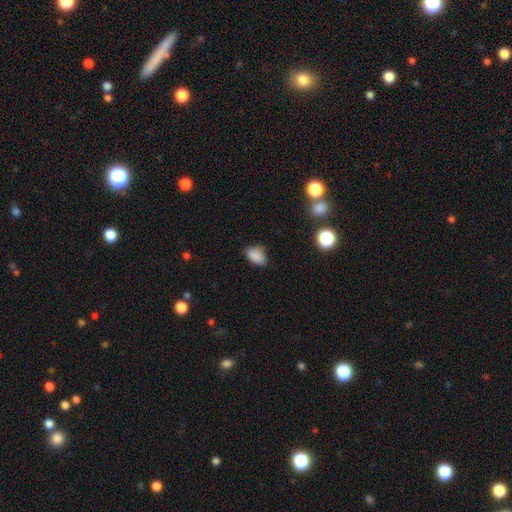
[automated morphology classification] Overall: smooth (86%). How rounded: in between (86%). Merging: none (77%).